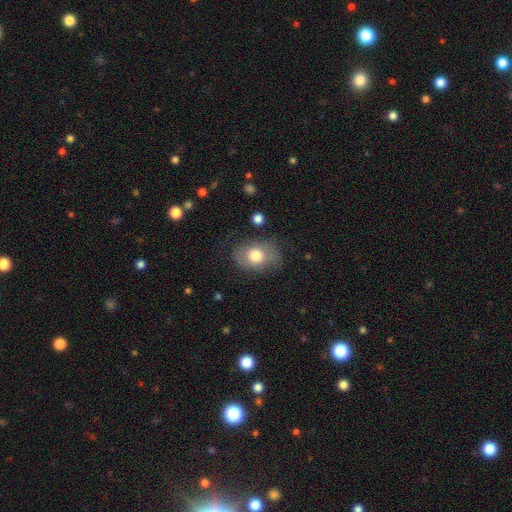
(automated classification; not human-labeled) Smooth or featured: smooth — 67% (featured or disk — 25%)
How rounded: in between — 67% (round — 32%)
Merging: none — 63% (minor disturbance — 22%)